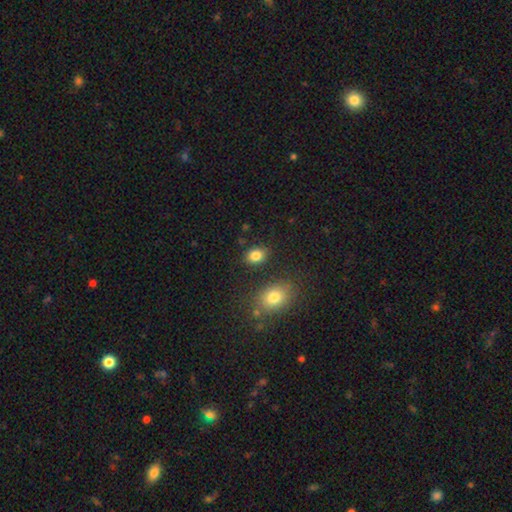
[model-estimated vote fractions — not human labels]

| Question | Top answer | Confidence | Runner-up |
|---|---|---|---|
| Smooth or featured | smooth | 84% | star or artifact (10%) |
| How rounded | in between | 68% | round (31%) |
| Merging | none | 81% | minor disturbance (11%) |